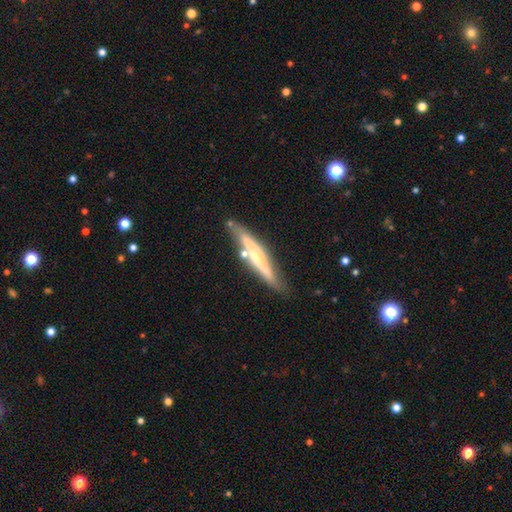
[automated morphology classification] A featured or disk galaxy (65%) viewed edge-on (88%) with a rounded central bulge (76%). Merging: none (73%).